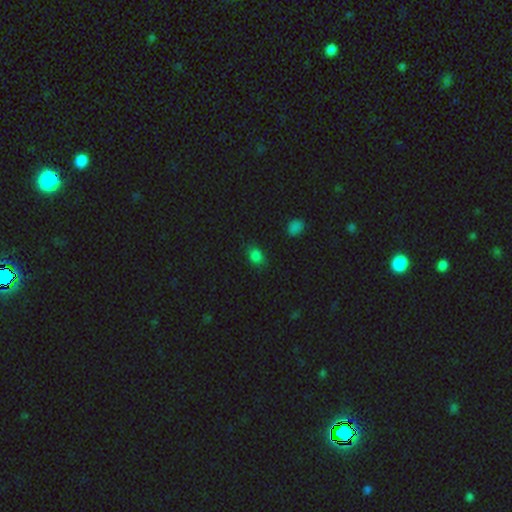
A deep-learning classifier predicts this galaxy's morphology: type=smooth (80%); roundness=in between (66%); merging=none (80%).